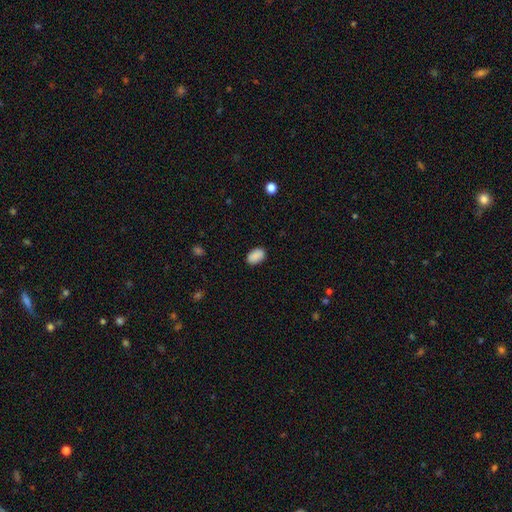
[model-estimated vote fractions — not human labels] smooth_or_featured: smooth (p=0.90) [alt: star or artifact p=0.07]
how_rounded: in between (p=0.90) [alt: round p=0.09]
merging: none (p=0.87) [alt: minor disturbance p=0.10]